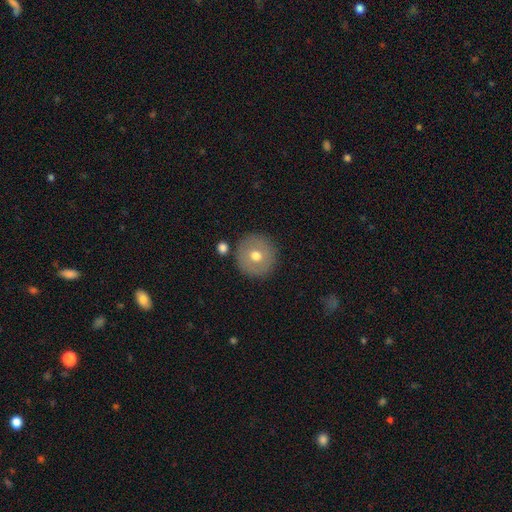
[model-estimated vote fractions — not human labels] Morphology: type=smooth (65%); roundness=round (95%); merging=none (87%).